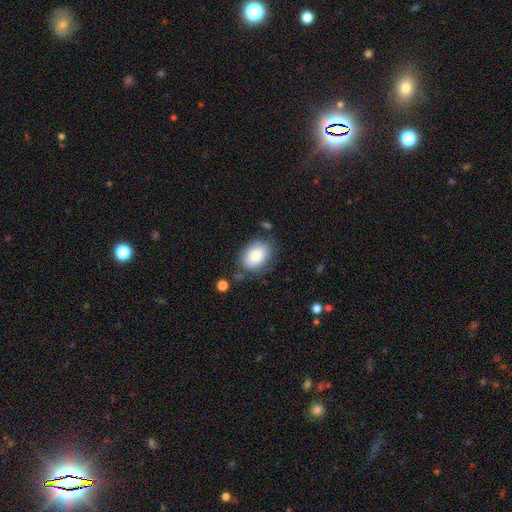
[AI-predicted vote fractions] smooth 84%, featured or disk 9%, star or artifact 7%. Down the decision tree: how rounded — in between (75%); merging — none (73%).